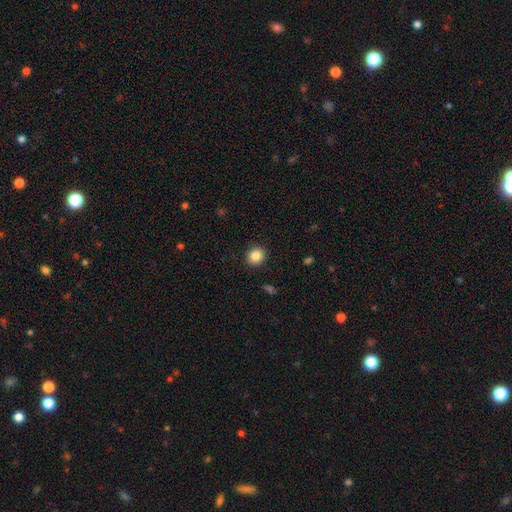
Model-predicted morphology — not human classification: smooth 86%, star or artifact 10%, featured or disk 4%. Down the decision tree: how rounded — round (87%); merging — none (91%).